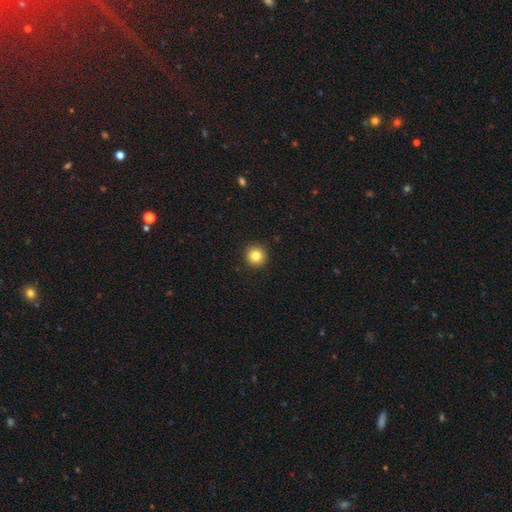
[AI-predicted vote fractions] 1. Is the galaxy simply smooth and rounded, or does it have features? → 83% smooth, 11% star or artifact, 7% featured or disk.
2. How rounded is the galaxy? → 96% round, 3% in between, 1% cigar-shaped.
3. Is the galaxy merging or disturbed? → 93% none, 5% minor disturbance, 2% major disturbance, 1% merger.